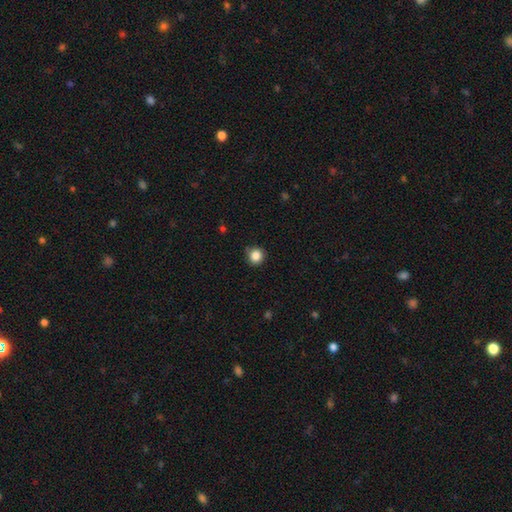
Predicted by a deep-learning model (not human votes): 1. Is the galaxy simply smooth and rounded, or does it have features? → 85% smooth, 11% star or artifact, 4% featured or disk.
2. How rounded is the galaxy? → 89% round, 10% in between, 1% cigar-shaped.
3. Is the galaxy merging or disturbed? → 79% none, 17% minor disturbance, 3% major disturbance, 1% merger.